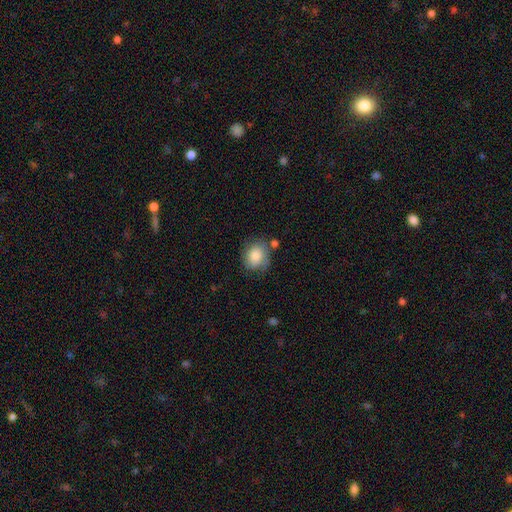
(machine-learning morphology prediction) Smooth or featured: smooth — 79% (featured or disk — 13%)
How rounded: round — 63% (in between — 36%)
Merging: none — 63% (minor disturbance — 23%)